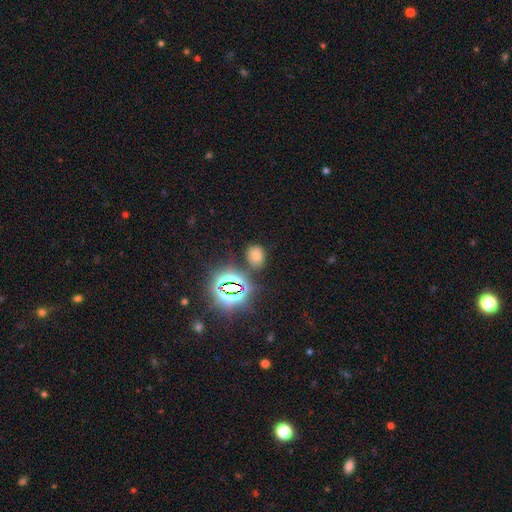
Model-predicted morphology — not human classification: The model was most divided on "how rounded": in between: 56%, round: 42%, cigar-shaped: 1%. More confident: merging — none (78%); smooth or featured — smooth (61%).